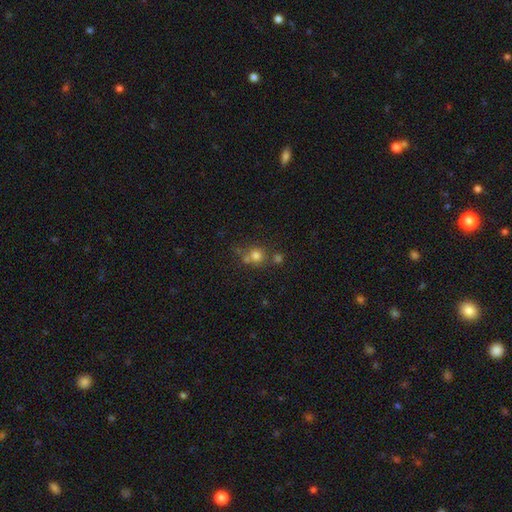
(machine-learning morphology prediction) Overall: smooth (72%). How rounded: round (88%). Merging: none (57%; merger 28%).